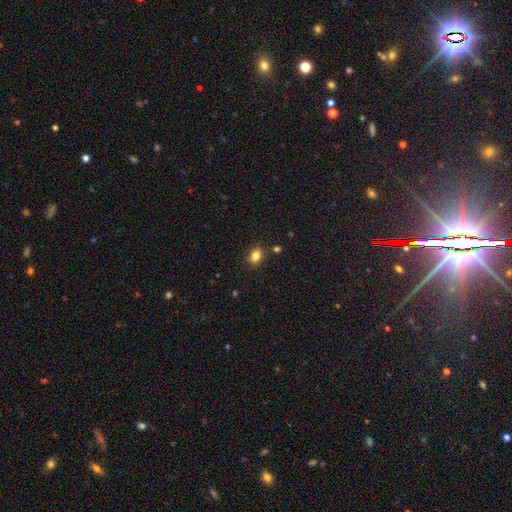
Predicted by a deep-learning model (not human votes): Morphology: type=smooth (84%); roundness=in between (72%); merging=none (83%).